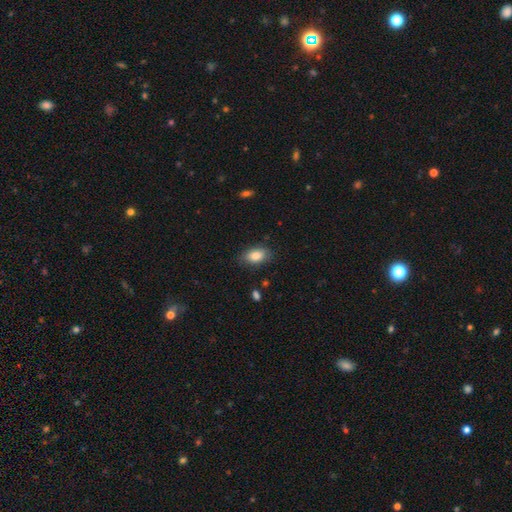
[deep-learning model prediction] Overall: smooth (86%). How rounded: in between (90%). Merging: none (81%).